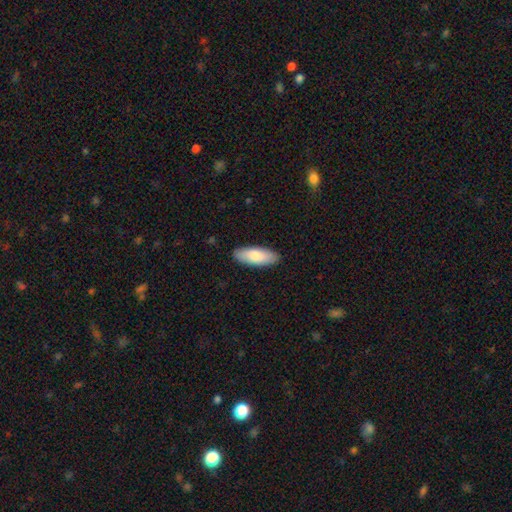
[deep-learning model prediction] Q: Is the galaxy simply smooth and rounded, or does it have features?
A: smooth — 81%.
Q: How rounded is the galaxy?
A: in between — 72%.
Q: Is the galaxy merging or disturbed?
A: none — 90%.